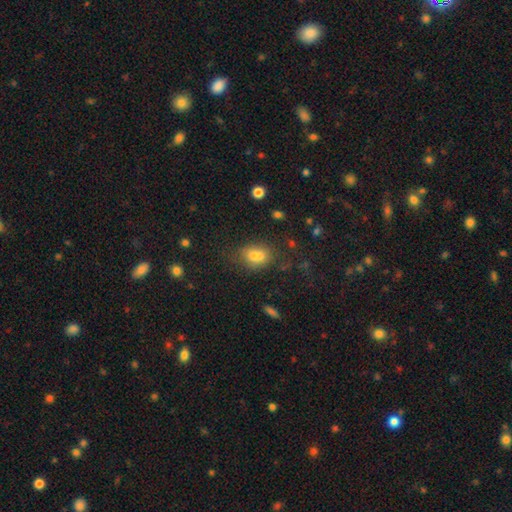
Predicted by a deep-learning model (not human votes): Smooth or featured? Predicted: smooth (p=0.69). How rounded? Predicted: in between (p=0.58). Merging? Predicted: none (p=0.41).